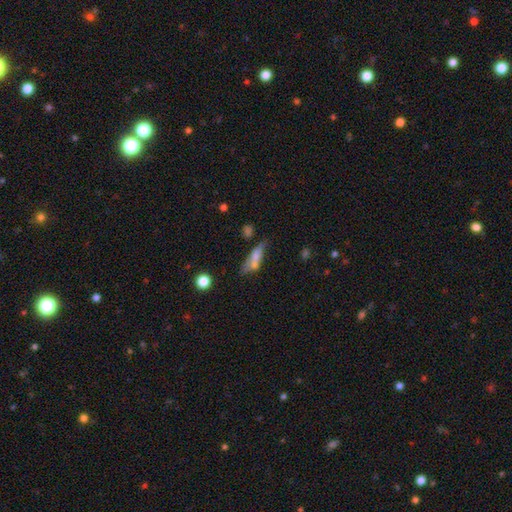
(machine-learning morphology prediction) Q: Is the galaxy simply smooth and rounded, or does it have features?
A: smooth — 57%.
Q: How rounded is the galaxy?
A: cigar-shaped — 47%, tied with in between.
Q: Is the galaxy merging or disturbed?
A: none — 35%.